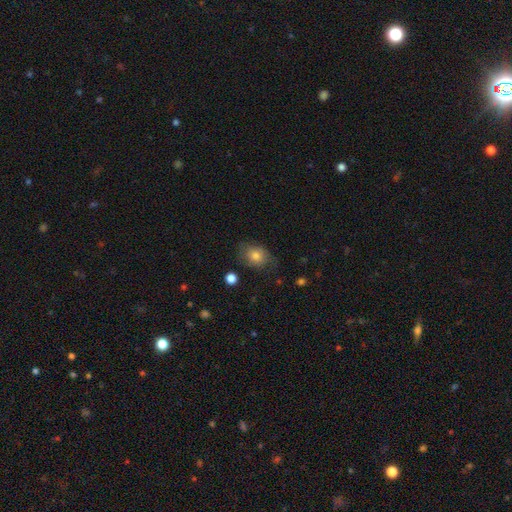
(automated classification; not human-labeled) smooth_or_featured: smooth (p=0.71) [alt: featured or disk p=0.21]
how_rounded: in between (p=0.61) [alt: round p=0.38]
merging: none (p=0.62) [alt: minor disturbance p=0.26]